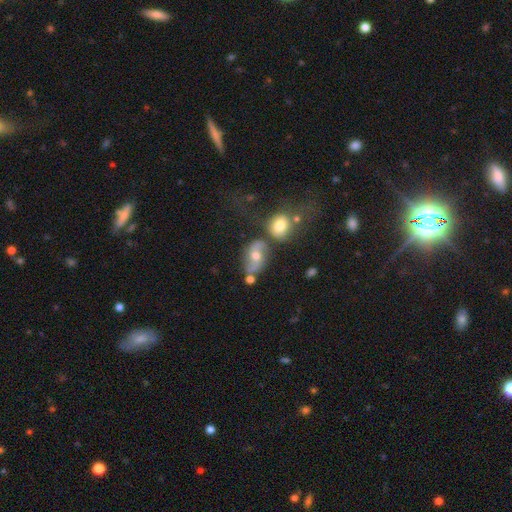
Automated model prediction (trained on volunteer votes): smooth_or_featured: featured or disk (p=0.49) [alt: smooth p=0.40]
merging: none (p=0.48) [alt: merger p=0.24]